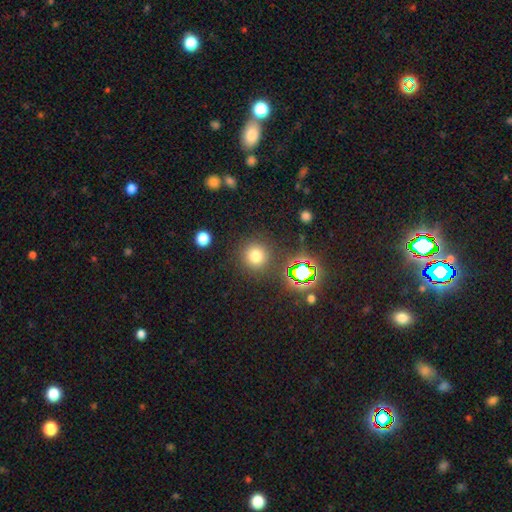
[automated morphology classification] This is likely a smooth galaxy (73%). How rounded: clearly round (93%). Merging: clearly none (87%).